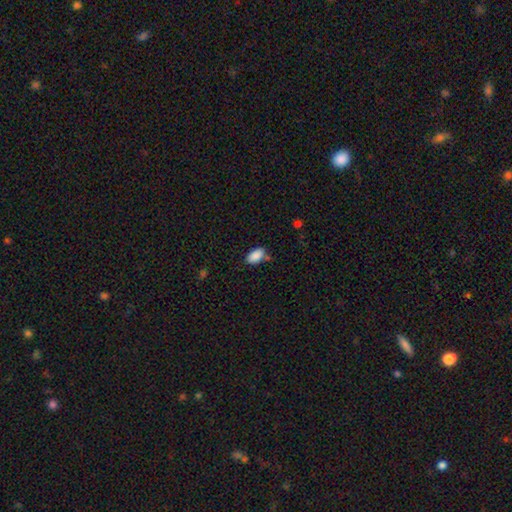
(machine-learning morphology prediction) Q: Smooth or featured?
A: smooth (88%); runner-up: star or artifact (7%)
Q: How rounded?
A: in between (94%); runner-up: round (4%)
Q: Merging?
A: none (75%); runner-up: minor disturbance (15%)